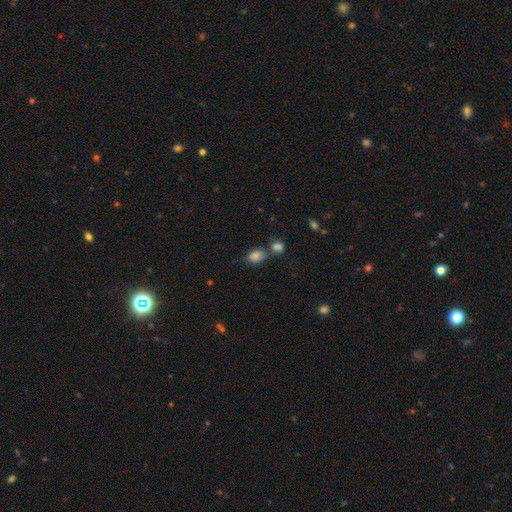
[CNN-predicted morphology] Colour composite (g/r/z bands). It shows a smooth galaxy with no disk features (80%) that is in between round and cigar-shaped (76%). Merging: none (58%).